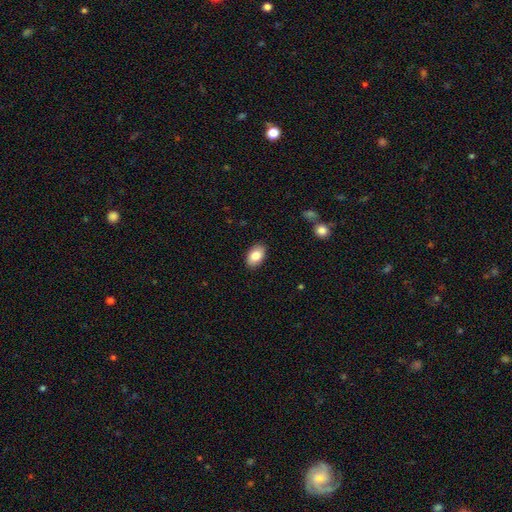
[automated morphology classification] Smooth or featured: smooth — 84% (featured or disk — 9%)
How rounded: in between — 89% (round — 9%)
Merging: none — 88% (minor disturbance — 9%)